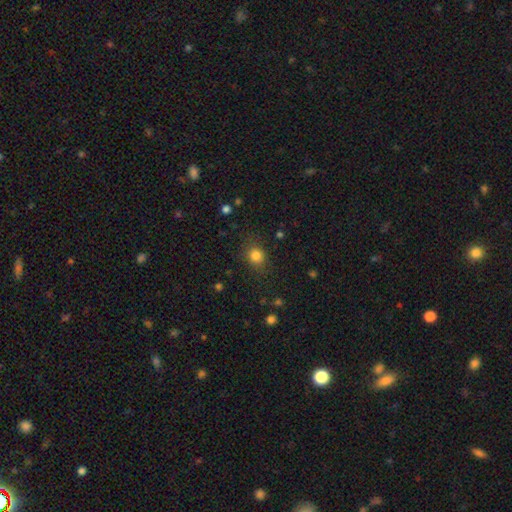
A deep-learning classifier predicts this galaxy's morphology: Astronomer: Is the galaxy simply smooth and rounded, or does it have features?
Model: smooth — 82%.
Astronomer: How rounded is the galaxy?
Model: round — 75%.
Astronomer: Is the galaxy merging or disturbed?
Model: none — 83%.